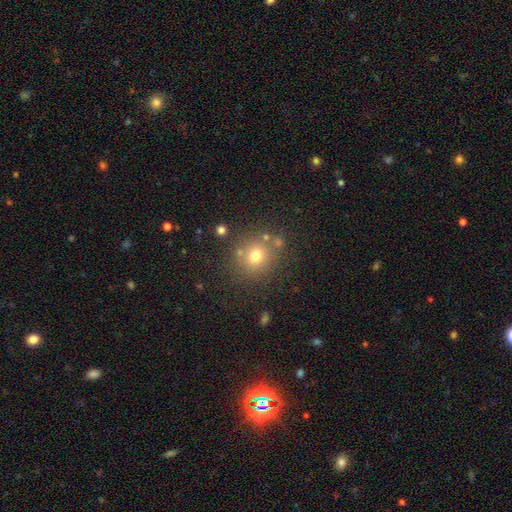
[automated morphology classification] A smooth galaxy with no disk features (71%) that is round (85%). Merging: none (77%).